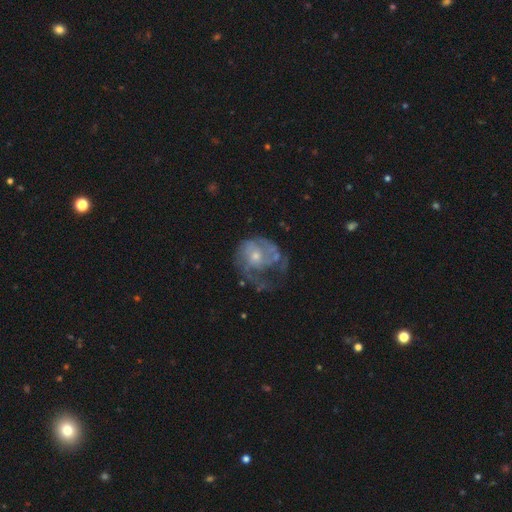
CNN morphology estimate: A featured or disk galaxy (71%) with no bar (77%), spiral arms (69%) and a small central bulge (52%).

Vote fractions:
- Smooth or featured? featured or disk: 71% / smooth: 20% / star or artifact: 9%
- Edge-on disk? no: 97% / yes: 3%
- Bar? no: 77% / weak: 20% / strong: 3%
- Spiral arms? yes: 69% / no: 31%
- Bulge size? small: 52% / moderate: 41% / none: 3% / large: 2% / dominant: 1%
- Merging? major disturbance: 41% / none: 34% / minor disturbance: 21% / merger: 4%